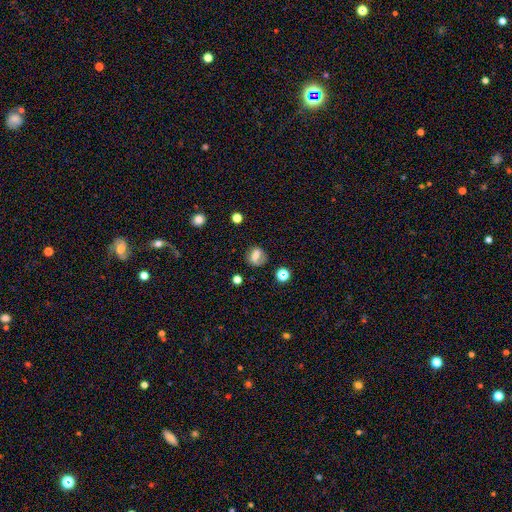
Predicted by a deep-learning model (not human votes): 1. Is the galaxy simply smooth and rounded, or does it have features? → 62% smooth, 24% featured or disk, 14% star or artifact.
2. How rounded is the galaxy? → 58% round, 40% in between, 3% cigar-shaped.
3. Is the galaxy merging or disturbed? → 61% none, 22% minor disturbance, 13% major disturbance, 5% merger.